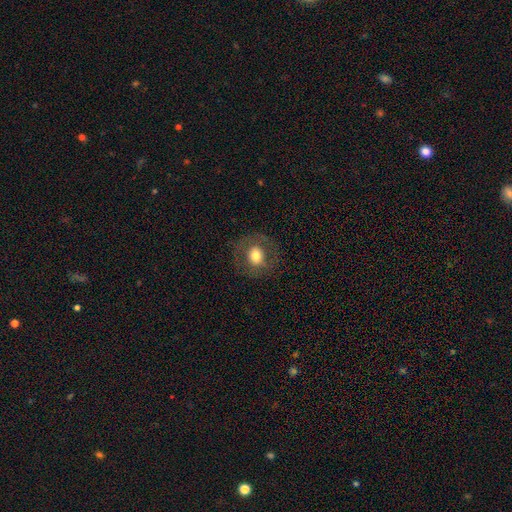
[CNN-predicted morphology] Overall: smooth (60%; featured or disk 31%). How rounded: round (82%). Merging: none (82%).